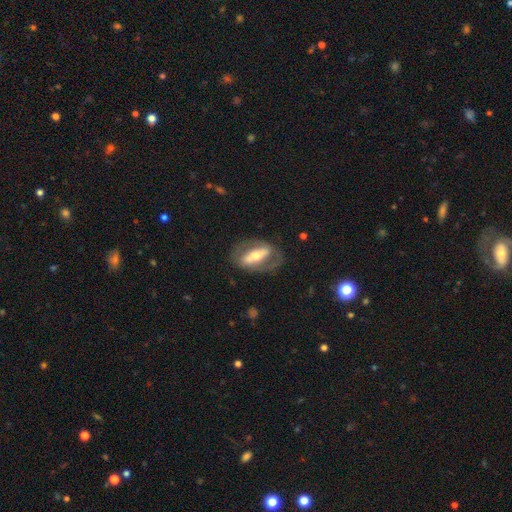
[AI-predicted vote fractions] Smooth or featured: featured or disk — 72% (smooth — 23%)
Edge-on disk: no — 83% (yes — 17%)
Bar: strong — 70% (weak — 16%)
Spiral arms: yes — 52% (no — 48%)
Bulge size: moderate — 58% (small — 27%)
Merging: none — 71% (minor disturbance — 16%)